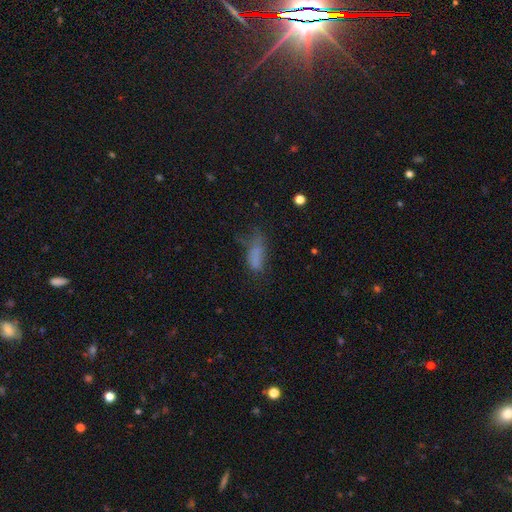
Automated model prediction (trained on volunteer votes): This is likely a smooth galaxy (68%). How rounded: likely in between (73%). Merging: marginally none (34%).